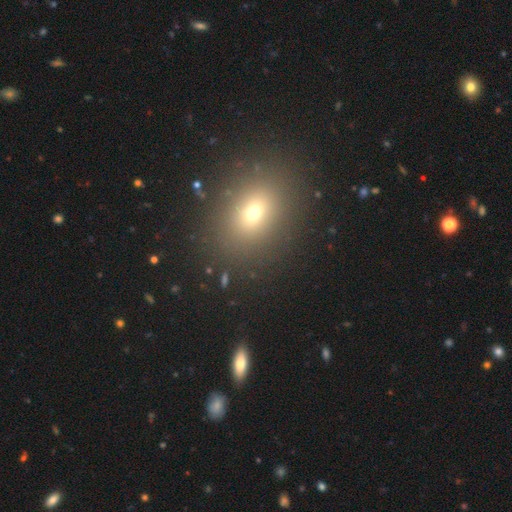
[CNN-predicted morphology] Q: Smooth or featured?
A: smooth (64%); runner-up: star or artifact (25%)
Q: How rounded?
A: in between (51%); runner-up: round (47%)
Q: Merging?
A: none (88%); runner-up: minor disturbance (7%)